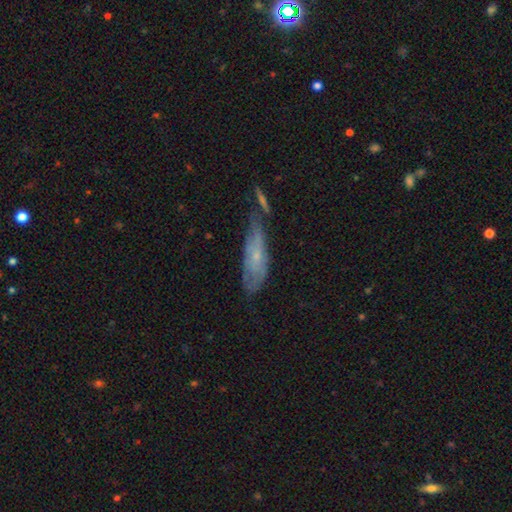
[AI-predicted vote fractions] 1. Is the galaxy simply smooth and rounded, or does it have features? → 51% featured or disk, 41% smooth, 8% star or artifact.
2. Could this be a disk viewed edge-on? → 75% no, 25% yes.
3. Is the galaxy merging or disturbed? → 37% none, 28% minor disturbance, 20% merger, 15% major disturbance.